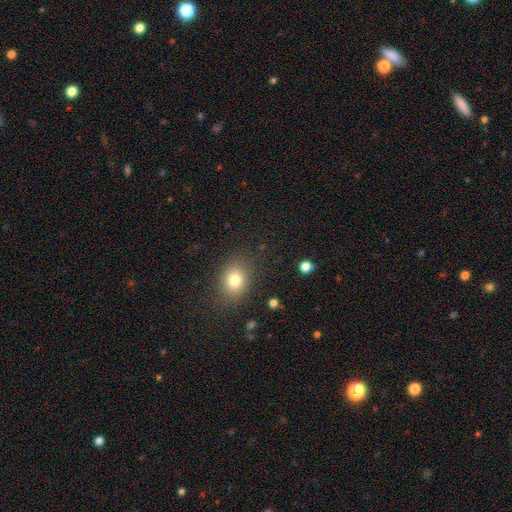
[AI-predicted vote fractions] A smooth galaxy with no disk features (72%) that is round (57%).

Vote fractions:
- Smooth or featured? smooth: 72% / star or artifact: 20% / featured or disk: 8%
- How rounded? round: 57% / in between: 42% / cigar-shaped: 1%
- Merging? none: 88% / minor disturbance: 8% / major disturbance: 3% / merger: 1%